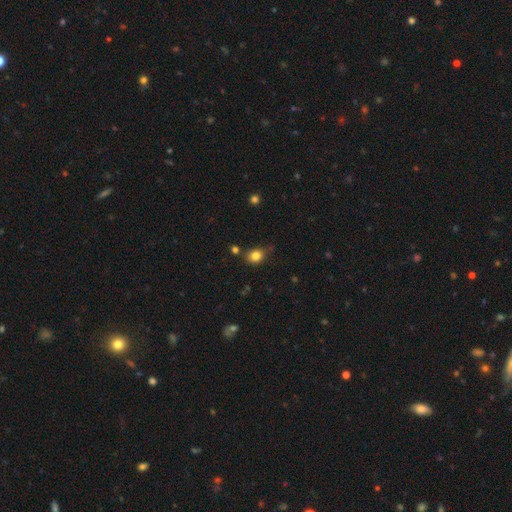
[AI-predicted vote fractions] A smooth galaxy with no disk features (82%) that is round (60%).

Vote fractions:
- Smooth or featured? smooth: 82% / star or artifact: 12% / featured or disk: 6%
- How rounded? round: 60% / in between: 39% / cigar-shaped: 1%
- Merging? none: 71% / minor disturbance: 20% / merger: 5% / major disturbance: 4%